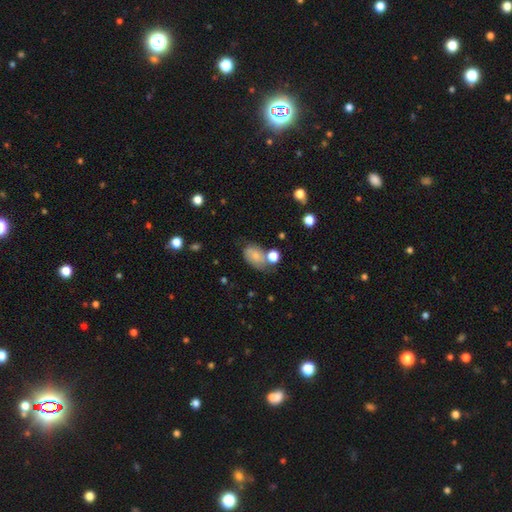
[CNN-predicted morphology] A smooth galaxy with no disk features (65%) that is in between round and cigar-shaped (82%). Merging: none (47%).